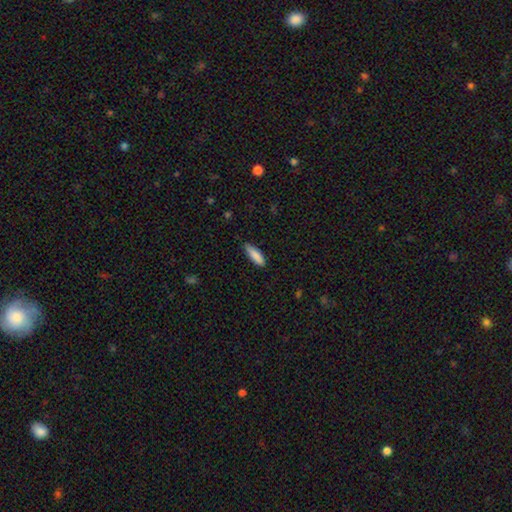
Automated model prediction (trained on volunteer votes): This is clearly a smooth galaxy (87%). How rounded: possibly cigar-shaped (56%). Merging: clearly none (82%).